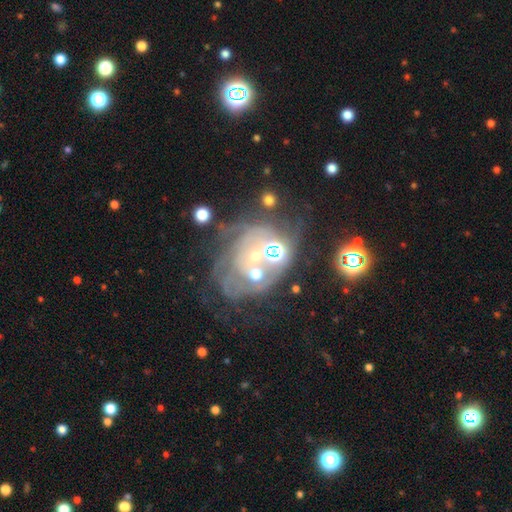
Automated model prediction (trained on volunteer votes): Overall: featured or disk (61%; star or artifact 22%). Edge-on disk: no (97%). Bar: no (83%). Spiral arms: yes (52%; no 48%). Bulge size: small (46%; moderate 32%). Merging: none (32%; major disturbance 28%).